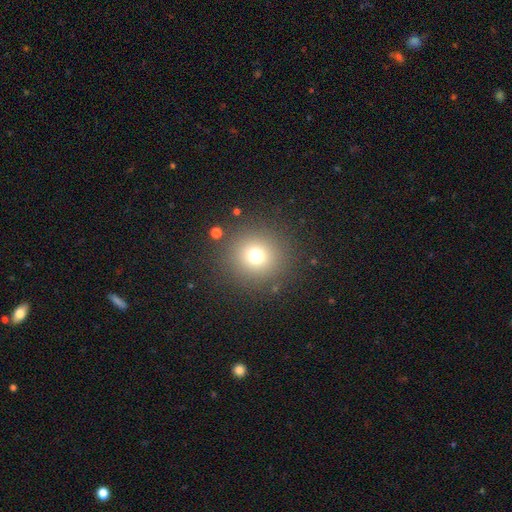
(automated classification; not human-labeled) A smooth galaxy with no disk features (72%) that is round (94%). Merging: none (87%).